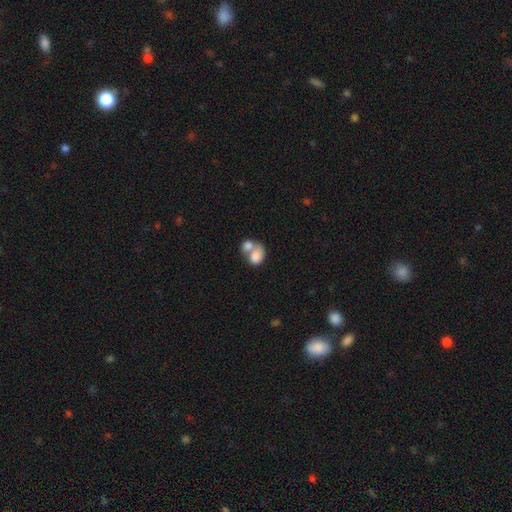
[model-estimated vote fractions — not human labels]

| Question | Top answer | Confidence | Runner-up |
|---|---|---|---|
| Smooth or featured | smooth | 77% | featured or disk (15%) |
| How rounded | in between | 70% | round (29%) |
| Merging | merger | 69% | none (17%) |